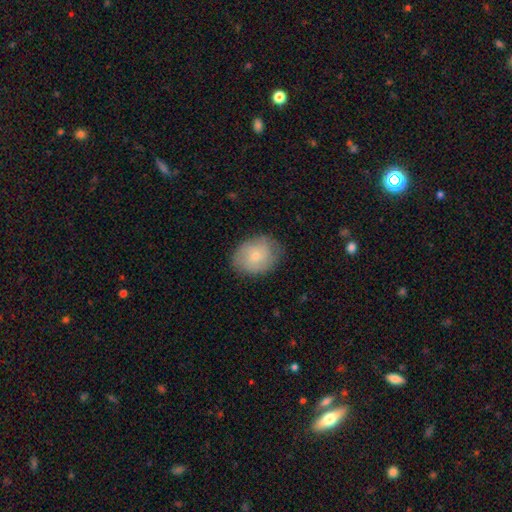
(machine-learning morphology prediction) A smooth galaxy with no disk features (70%) that is in between round and cigar-shaped (53%). Merging: none (76%).